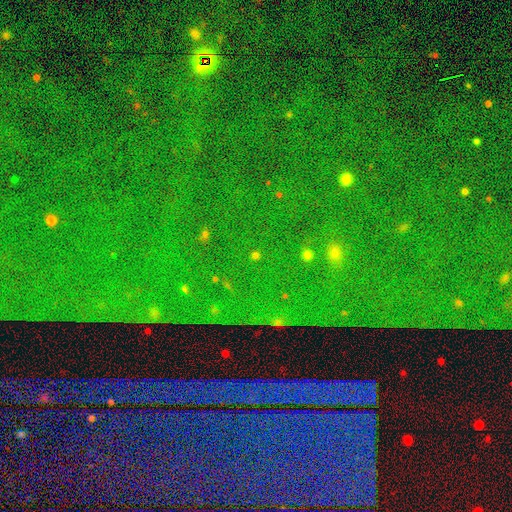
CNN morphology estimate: smooth_or_featured: star or artifact (p=0.82) [alt: smooth p=0.10]